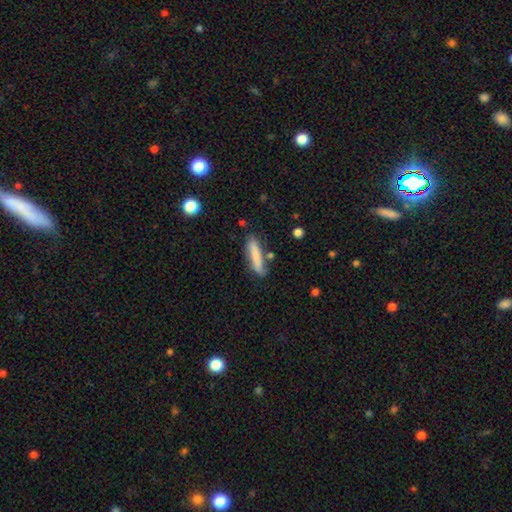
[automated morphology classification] This is likely a smooth galaxy (72%). How rounded: likely cigar-shaped (78%). Merging: likely none (70%).